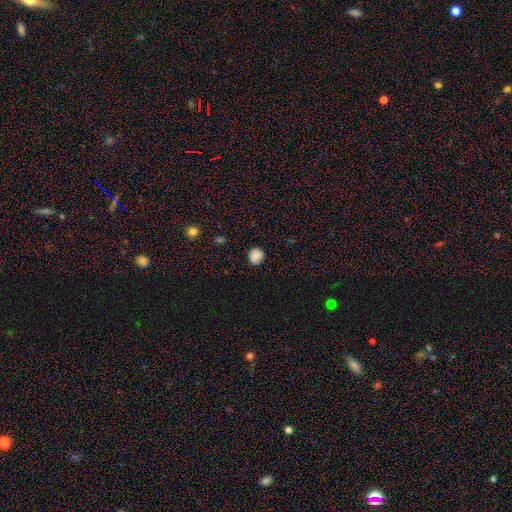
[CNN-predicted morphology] Smooth or featured: smooth — 82% (star or artifact — 14%)
How rounded: round — 84% (in between — 15%)
Merging: none — 82% (minor disturbance — 14%)